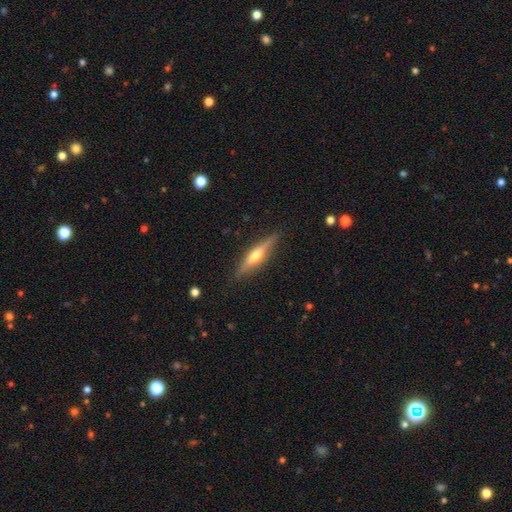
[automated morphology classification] Q: Smooth or featured?
A: featured or disk (62%); runner-up: smooth (32%)
Q: Edge-on disk?
A: yes (95%); runner-up: no (5%)
Q: Edge-on bulge?
A: rounded (84%); runner-up: none (8%)
Q: Merging?
A: none (87%); runner-up: minor disturbance (9%)